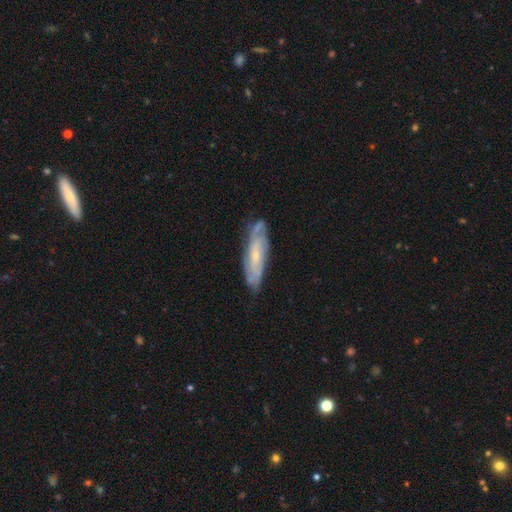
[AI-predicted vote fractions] Morphology: type=featured or disk (66%); edge-on=no (68%); merging=none (72%).